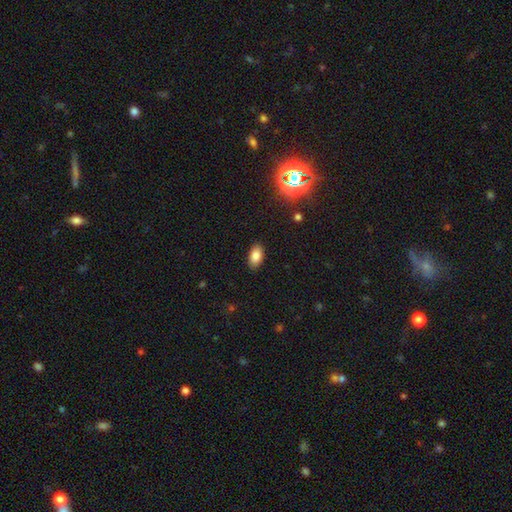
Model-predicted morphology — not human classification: Q: Smooth or featured?
A: smooth (84%); runner-up: star or artifact (10%)
Q: How rounded?
A: in between (92%); runner-up: round (5%)
Q: Merging?
A: none (88%); runner-up: minor disturbance (9%)